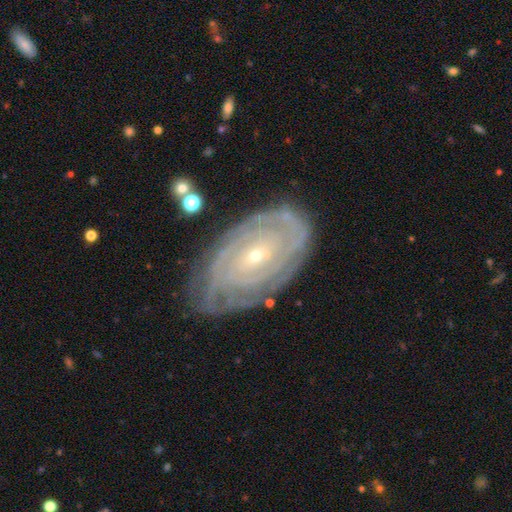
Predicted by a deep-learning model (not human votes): smooth_or_featured: featured or disk (p=0.87) [alt: smooth p=0.08]
disk_edge_on: no (p=0.95) [alt: yes p=0.05]
bar: no (p=0.61) [alt: weak p=0.29]
has_spiral_arms: yes (p=0.95) [alt: no p=0.05]
spiral_winding: tight (p=0.84) [alt: medium p=0.13]
spiral_arm_count: can't tell (p=0.36) [alt: 2 p=0.18]
bulge_size: small (p=0.83) [alt: moderate p=0.14]
merging: none (p=0.72) [alt: minor disturbance p=0.20]